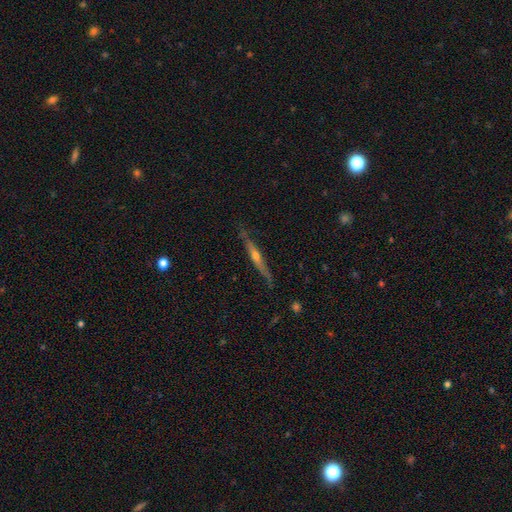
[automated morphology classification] This appears to be a featured or disk galaxy (75%) viewed edge-on (96%) with a rounded central bulge (80%). Merging: none (82%).